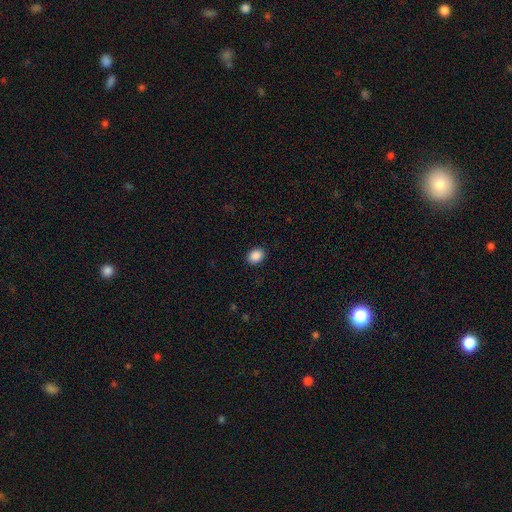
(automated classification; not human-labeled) A smooth galaxy with no disk features (89%) that is in between round and cigar-shaped (57%).

Vote fractions:
- Smooth or featured? smooth: 89% / star or artifact: 8% / featured or disk: 3%
- How rounded? in between: 57% / round: 42% / cigar-shaped: 1%
- Merging? none: 90% / minor disturbance: 7% / major disturbance: 2% / merger: 1%